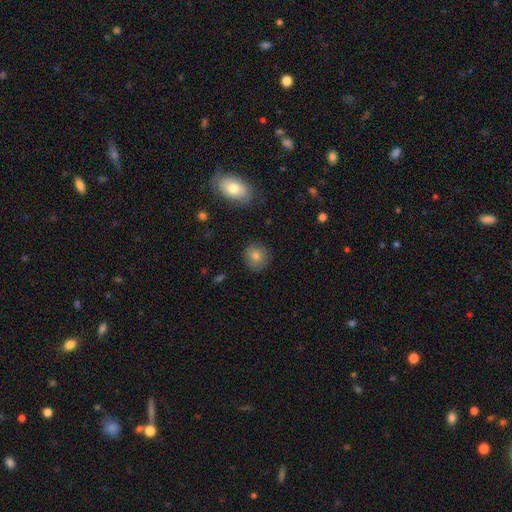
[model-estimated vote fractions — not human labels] Overall: smooth (77%). How rounded: round (84%). Merging: none (85%).